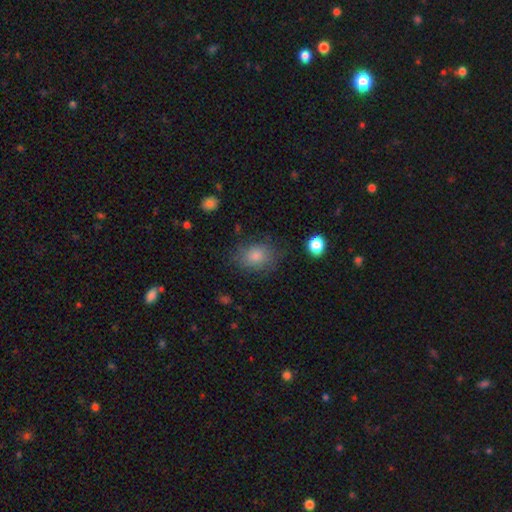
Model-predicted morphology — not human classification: Smooth or featured: smooth — 79% (star or artifact — 12%)
How rounded: in between — 57% (round — 42%)
Merging: none — 77% (minor disturbance — 16%)